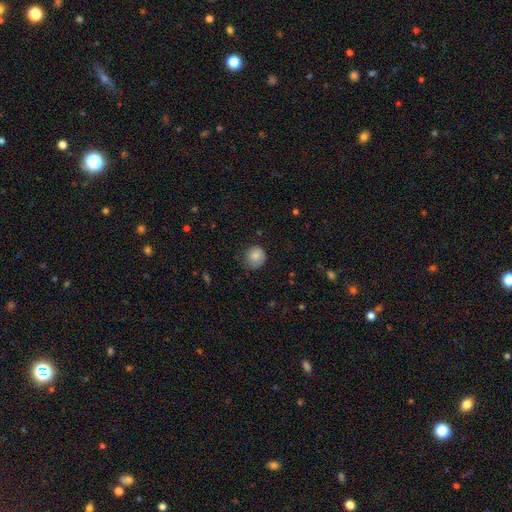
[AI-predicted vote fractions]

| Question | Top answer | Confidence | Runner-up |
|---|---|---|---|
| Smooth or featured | smooth | 81% | featured or disk (11%) |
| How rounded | round | 87% | in between (12%) |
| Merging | none | 65% | minor disturbance (26%) |